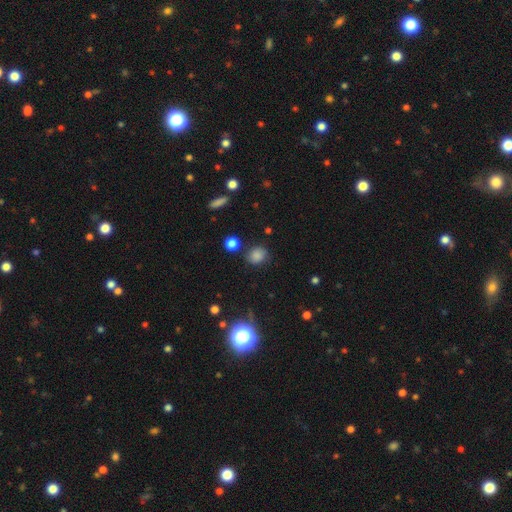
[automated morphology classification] This appears to be a smooth galaxy with no disk features (73%) that is round (70%). Merging: none (76%).